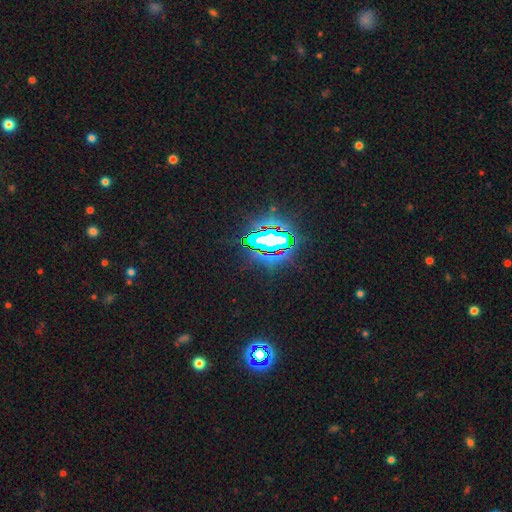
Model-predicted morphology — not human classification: Smooth or featured: star or artifact — 83% (smooth — 11%)